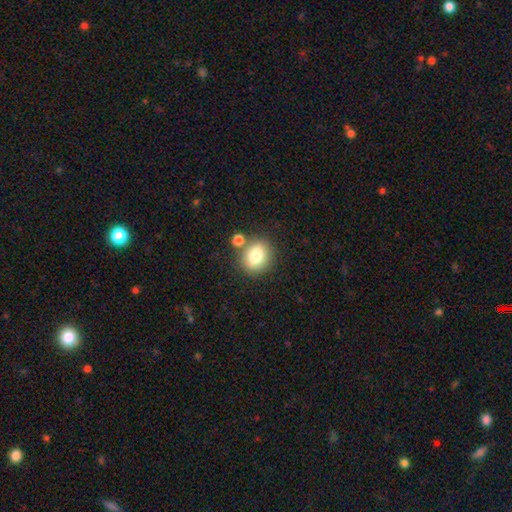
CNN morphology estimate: smooth-or-featured: smooth: 79% | featured or disk: 11% | star or artifact: 10%
  how-rounded: round: 62% | in between: 37% | cigar-shaped: 1%
  merging: none: 71% | merger: 14% | minor disturbance: 12% | major disturbance: 4%